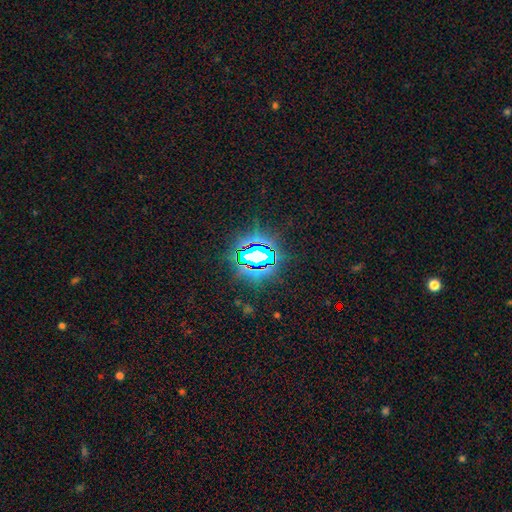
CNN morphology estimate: A star or artifact, not a galaxy (73%).

Vote fractions:
- Smooth or featured? star or artifact: 73% / smooth: 15% / featured or disk: 12%